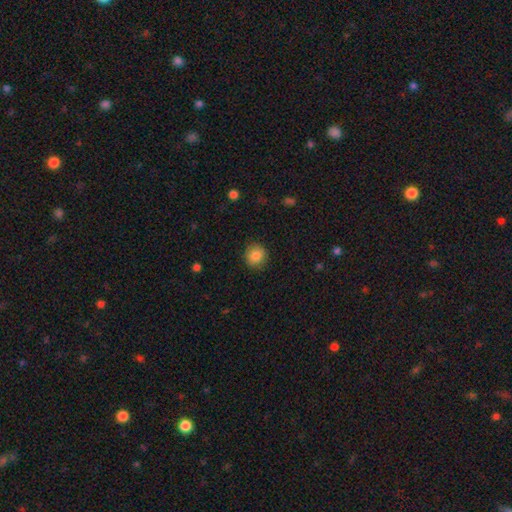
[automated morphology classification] This appears to be a smooth galaxy with no disk features (86%) that is round (89%). Merging: none (89%).